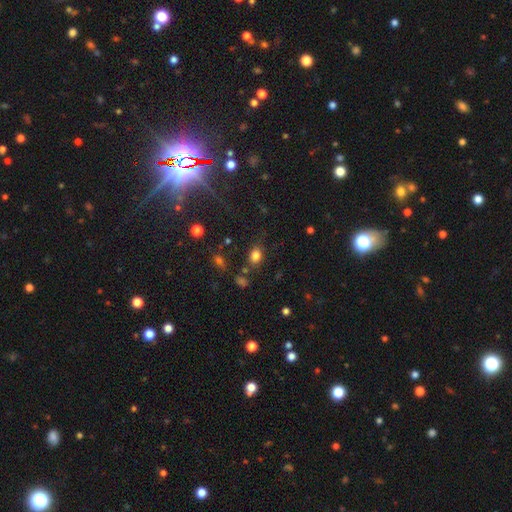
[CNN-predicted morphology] Smooth or featured? Predicted: smooth (p=0.81). How rounded? Predicted: in between (p=0.65). Merging? Predicted: none (p=0.75).